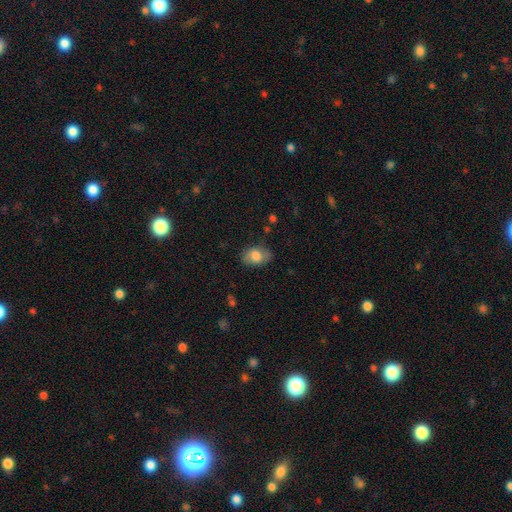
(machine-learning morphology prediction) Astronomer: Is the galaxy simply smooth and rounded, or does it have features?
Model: smooth — 75%.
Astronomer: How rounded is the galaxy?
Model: in between — 80%.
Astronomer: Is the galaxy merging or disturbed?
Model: none — 74%.